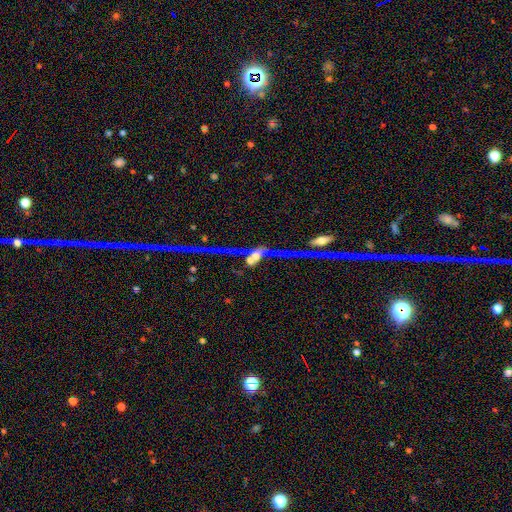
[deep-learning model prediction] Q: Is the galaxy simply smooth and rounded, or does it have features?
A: featured or disk — 64%.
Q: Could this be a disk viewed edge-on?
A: yes — 51%.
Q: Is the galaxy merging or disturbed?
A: merger — 42%.